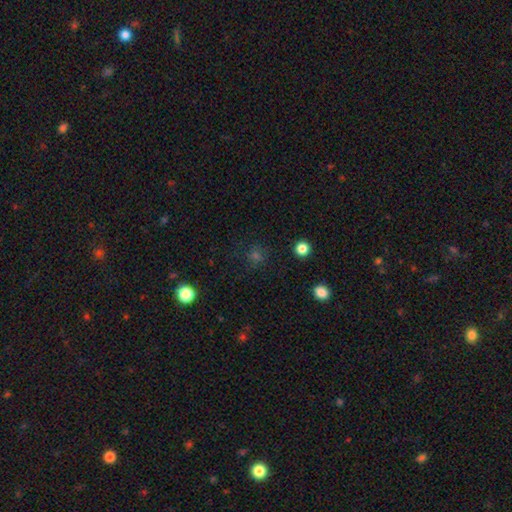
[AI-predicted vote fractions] Morphology: type=smooth (58%); roundness=round (90%); merging=none (84%).